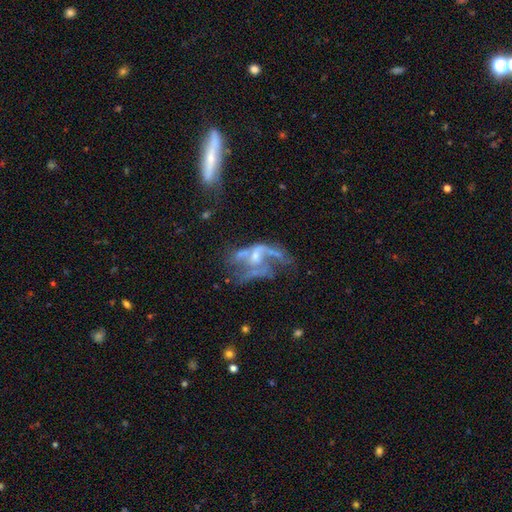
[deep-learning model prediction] This is likely a featured or disk galaxy (73%). It is clearly not viewed edge-on (93%). Bar: likely no (67%). Spiral arm pattern: possibly yes (55%). Central bulge: marginally small (41%). Merging: marginally major disturbance (40%).